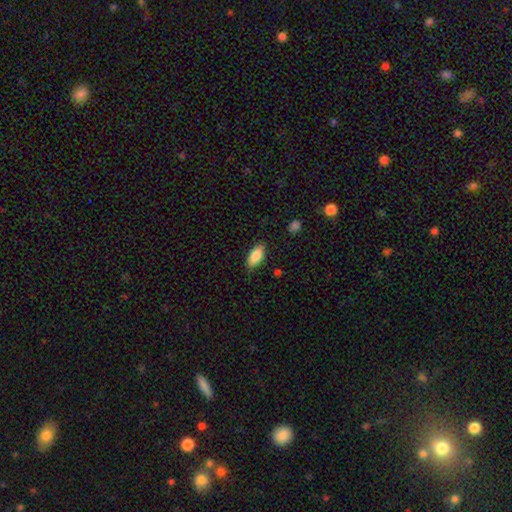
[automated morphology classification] A smooth galaxy with no disk features (82%) that is in between round and cigar-shaped (82%). Merging: none (83%).